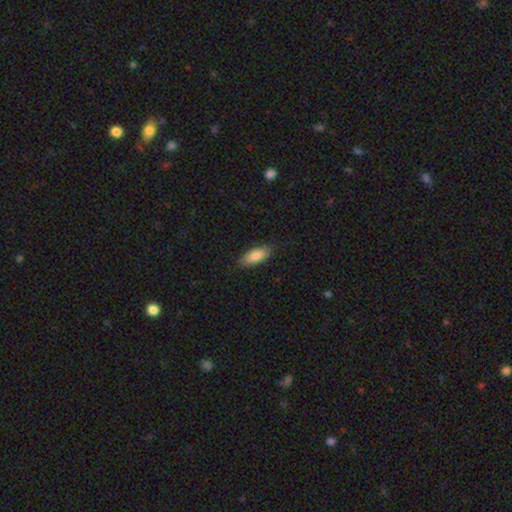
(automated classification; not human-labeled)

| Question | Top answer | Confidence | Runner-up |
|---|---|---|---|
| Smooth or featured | smooth | 84% | featured or disk (10%) |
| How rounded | in between | 79% | cigar-shaped (19%) |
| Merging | none | 84% | minor disturbance (13%) |